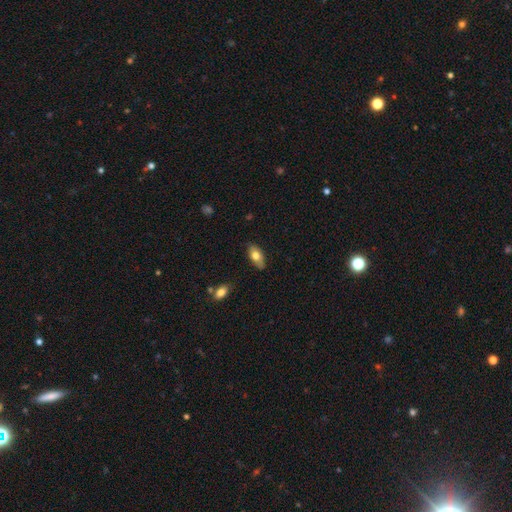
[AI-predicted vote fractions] Smooth or featured: smooth — 73% (featured or disk — 21%)
How rounded: in between — 90% (cigar-shaped — 7%)
Merging: none — 81% (minor disturbance — 15%)